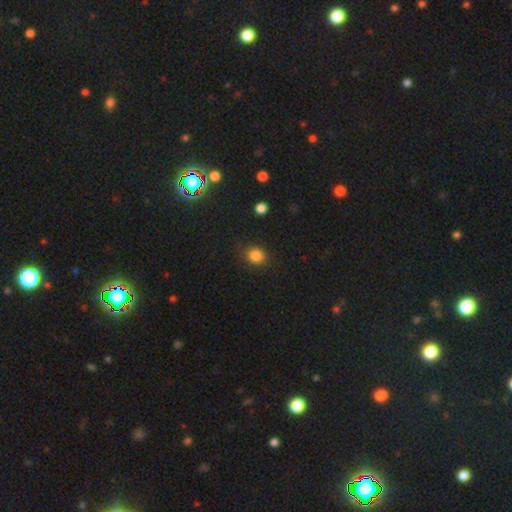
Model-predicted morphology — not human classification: smooth-or-featured: smooth: 83% | star or artifact: 12% | featured or disk: 5%
  how-rounded: round: 71% | in between: 28% | cigar-shaped: 1%
  merging: none: 84% | minor disturbance: 11% | major disturbance: 3% | merger: 1%